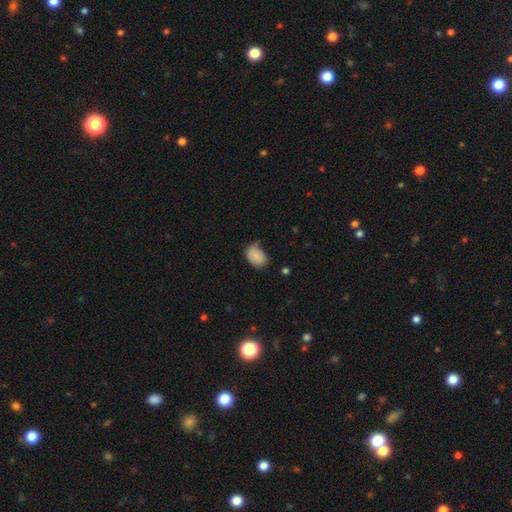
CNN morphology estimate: smooth 85%, star or artifact 8%, featured or disk 7%. Down the decision tree: how rounded — in between (79%); merging — none (55%).